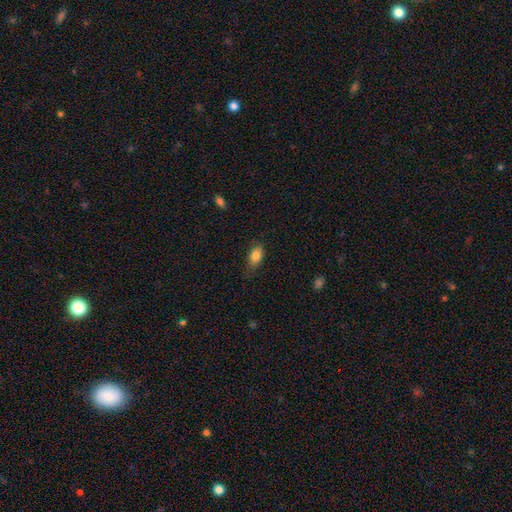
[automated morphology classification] type=smooth (84%); roundness=in between (87%); merging=none (72%).